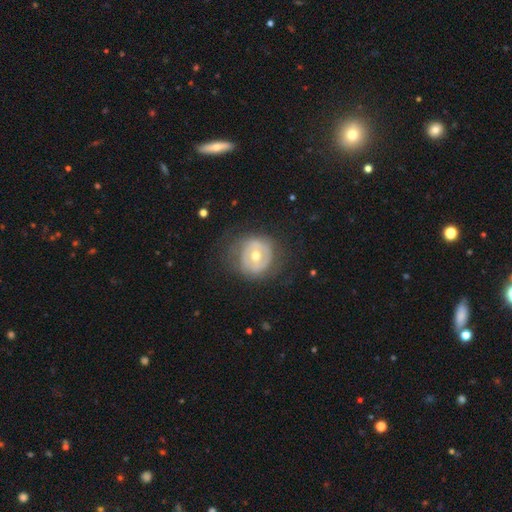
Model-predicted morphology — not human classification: Smooth or featured?
  - featured or disk: 61% *
  - smooth: 33%
  - star or artifact: 6%
Edge-on disk?
  - no: 96% *
  - yes: 4%
Bar?
  - no: 62% *
  - weak: 26%
  - strong: 12%
Spiral arms?
  - no: 68% *
  - yes: 32%
Bulge size?
  - moderate: 72% *
  - small: 22%
  - large: 4%
  - none: 1%
  - dominant: 1%
Merging?
  - none: 71% *
  - minor disturbance: 17%
  - major disturbance: 10%
  - merger: 1%